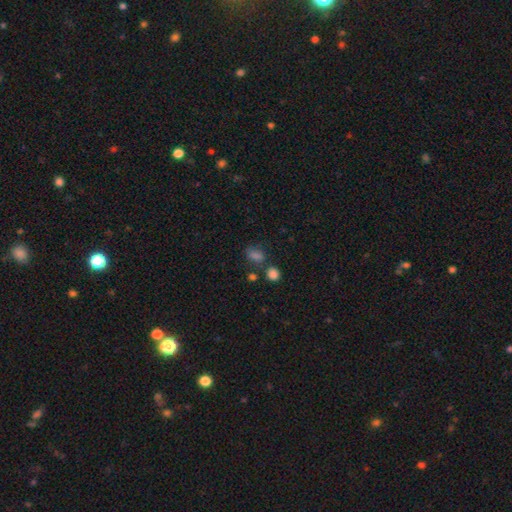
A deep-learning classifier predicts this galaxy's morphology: smooth-or-featured: smooth: 68% | star or artifact: 23% | featured or disk: 9%
  how-rounded: in between: 66% | round: 30% | cigar-shaped: 4%
  merging: none: 58% | merger: 19% | minor disturbance: 15% | major disturbance: 7%